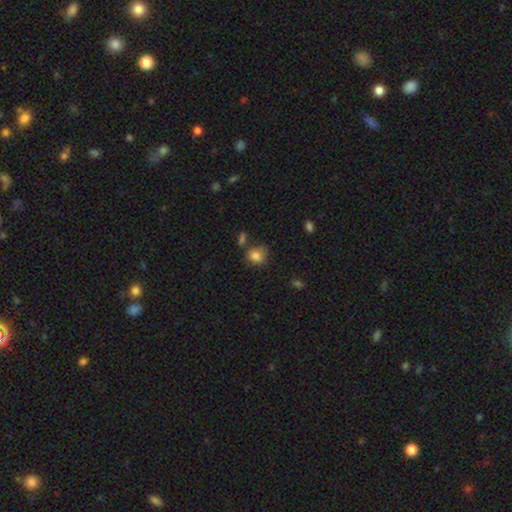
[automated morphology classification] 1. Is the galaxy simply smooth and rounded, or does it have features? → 83% smooth, 10% star or artifact, 7% featured or disk.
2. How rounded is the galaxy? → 64% round, 35% in between, 1% cigar-shaped.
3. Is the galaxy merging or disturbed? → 60% none, 22% minor disturbance, 10% merger, 8% major disturbance.